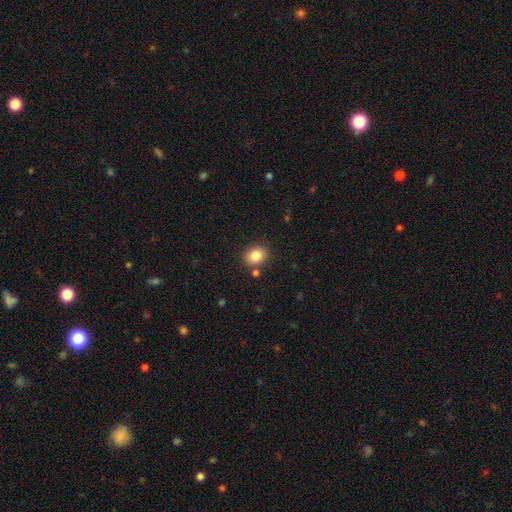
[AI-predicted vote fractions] Smooth or featured: smooth — 84% (star or artifact — 9%)
How rounded: round — 51% (in between — 48%)
Merging: none — 81% (minor disturbance — 10%)